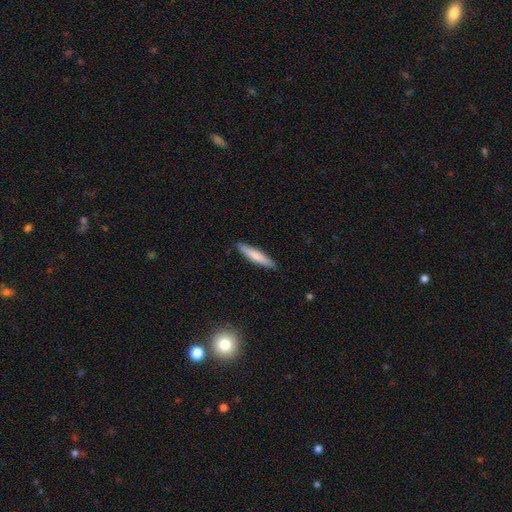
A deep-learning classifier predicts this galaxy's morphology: A smooth galaxy with no disk features (73%) that is cigar-shaped (89%). Merging: none (90%).